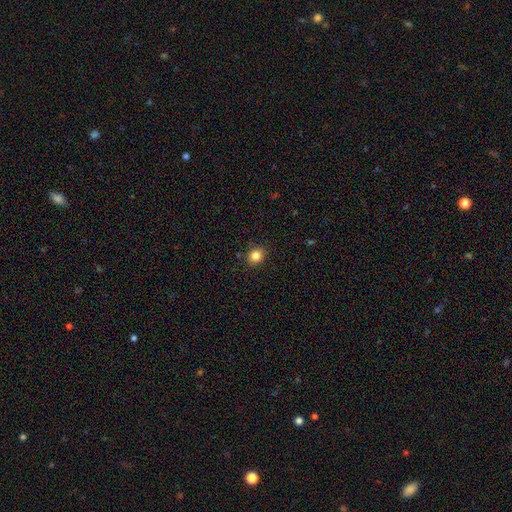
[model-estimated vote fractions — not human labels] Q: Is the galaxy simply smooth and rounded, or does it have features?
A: smooth — 83%.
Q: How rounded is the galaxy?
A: round — 72%.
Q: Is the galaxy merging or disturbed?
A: none — 88%.